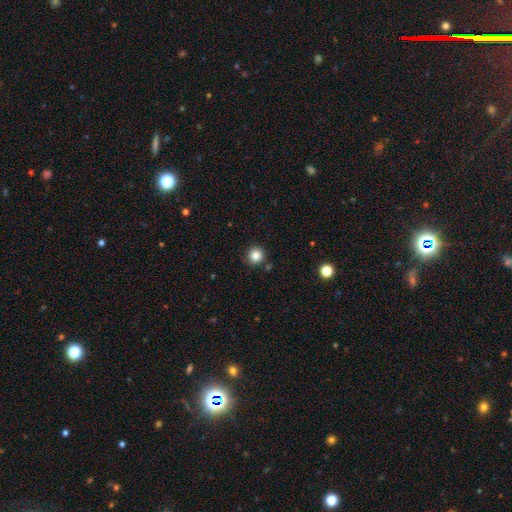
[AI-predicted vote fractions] Smooth or featured? smooth (85%)
How rounded? round (95%)
Merging? none (88%)